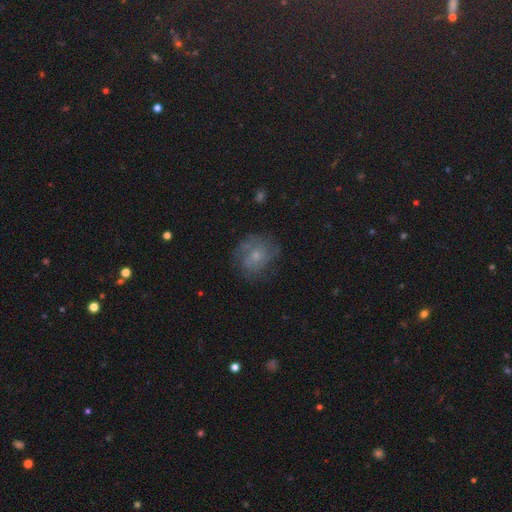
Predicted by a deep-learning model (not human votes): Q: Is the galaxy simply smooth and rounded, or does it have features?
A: featured or disk — 47%.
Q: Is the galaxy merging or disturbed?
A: none — 67%.